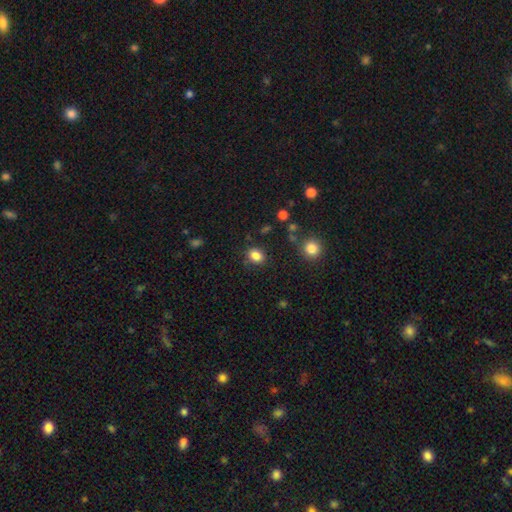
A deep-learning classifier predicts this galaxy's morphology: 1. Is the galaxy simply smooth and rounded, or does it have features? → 85% smooth, 11% star or artifact, 5% featured or disk.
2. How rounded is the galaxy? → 58% in between, 41% round, 1% cigar-shaped.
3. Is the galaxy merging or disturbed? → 82% none, 12% minor disturbance, 4% major disturbance, 3% merger.